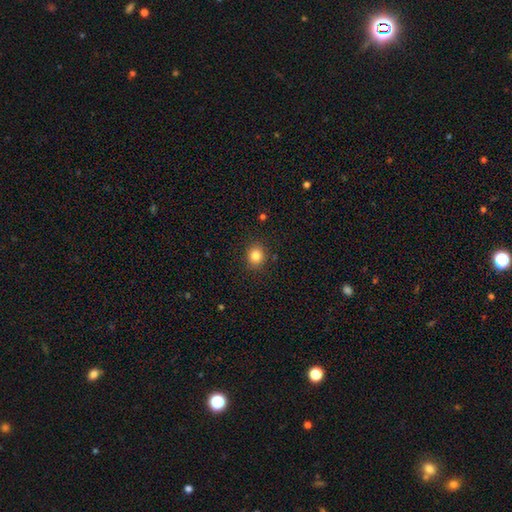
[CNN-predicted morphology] Smooth or featured? Predicted: smooth (p=0.83). How rounded? Predicted: round (p=0.77). Merging? Predicted: none (p=0.89).